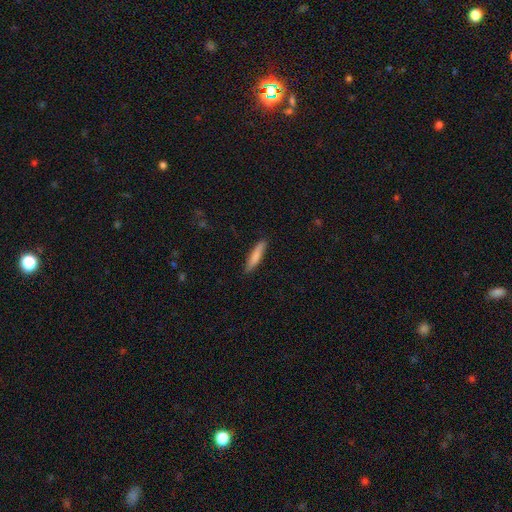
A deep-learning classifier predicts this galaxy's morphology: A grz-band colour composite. It shows a smooth galaxy with no disk features (80%) that is cigar-shaped (86%). Merging: none (86%).